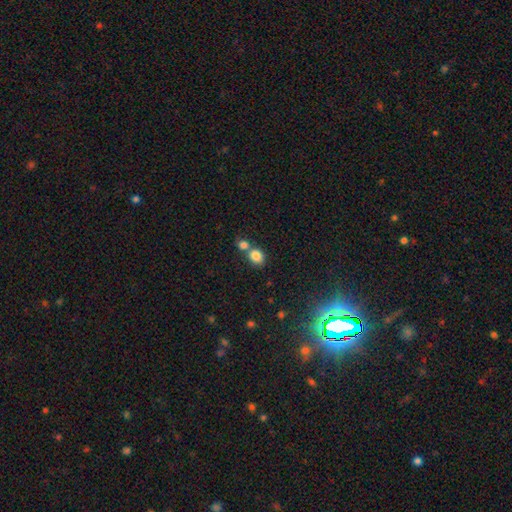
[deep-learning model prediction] Morphology: type=smooth (84%); roundness=round (55%); merging=none (45%).